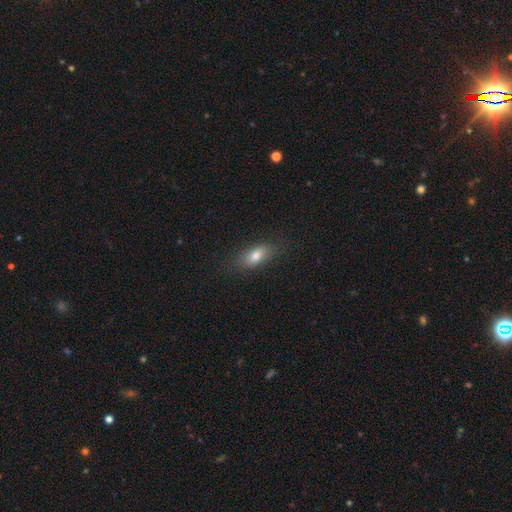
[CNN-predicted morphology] Q: Smooth or featured?
A: smooth (75%); runner-up: featured or disk (15%)
Q: How rounded?
A: in between (77%); runner-up: cigar-shaped (16%)
Q: Merging?
A: none (81%); runner-up: minor disturbance (14%)